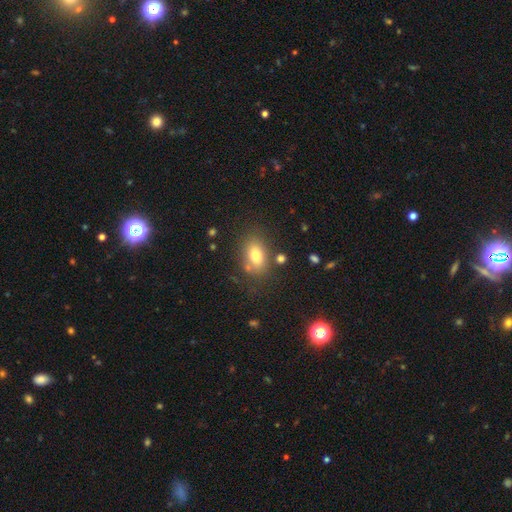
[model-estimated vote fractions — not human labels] smooth 78%, featured or disk 11%, star or artifact 10%. Down the decision tree: how rounded — in between (84%); merging — none (74%).